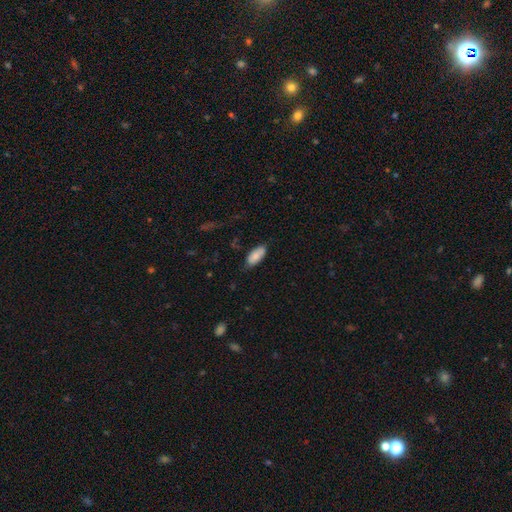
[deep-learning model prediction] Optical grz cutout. It shows a smooth galaxy with no disk features (84%) that is in between round and cigar-shaped (87%). Merging: none (72%).